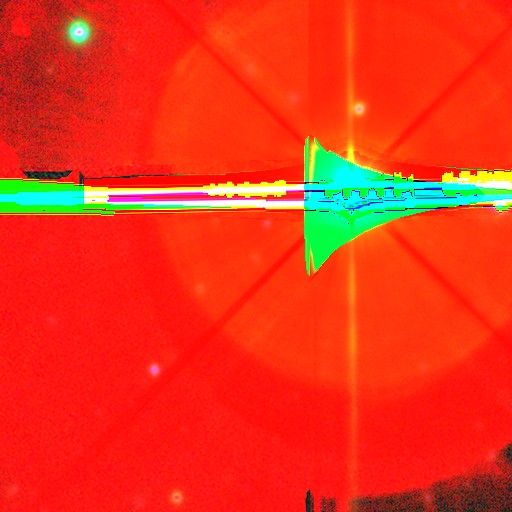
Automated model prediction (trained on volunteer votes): smooth-or-featured: star or artifact: 90% | featured or disk: 6% | smooth: 4%